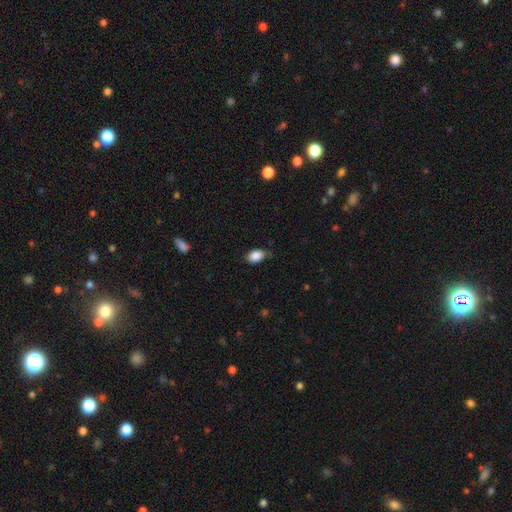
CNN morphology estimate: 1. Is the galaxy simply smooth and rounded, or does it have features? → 87% smooth, 8% star or artifact, 5% featured or disk.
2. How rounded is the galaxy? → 86% in between, 12% round, 2% cigar-shaped.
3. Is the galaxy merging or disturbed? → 73% none, 22% minor disturbance, 4% major disturbance, 1% merger.